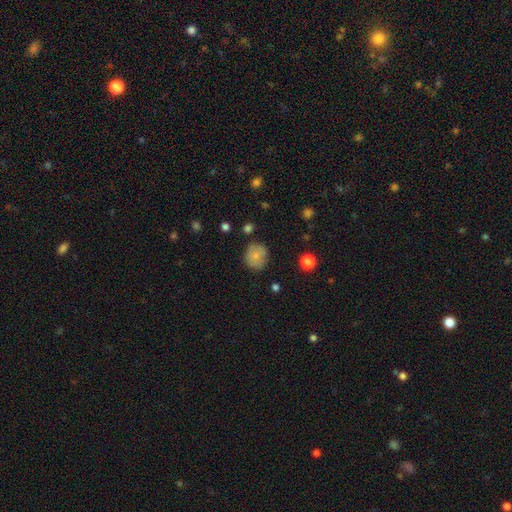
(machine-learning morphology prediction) Q: Smooth or featured?
A: smooth (79%); runner-up: featured or disk (11%)
Q: How rounded?
A: round (83%); runner-up: in between (16%)
Q: Merging?
A: none (79%); runner-up: minor disturbance (15%)